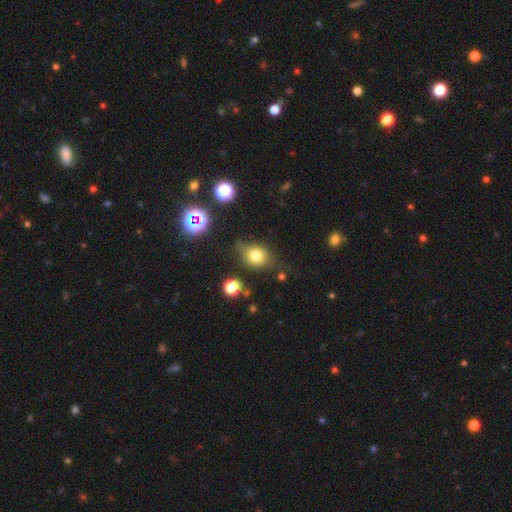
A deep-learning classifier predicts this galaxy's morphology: Smooth or featured: smooth — 71% (featured or disk — 15%)
How rounded: round — 53% (in between — 45%)
Merging: none — 61% (minor disturbance — 26%)